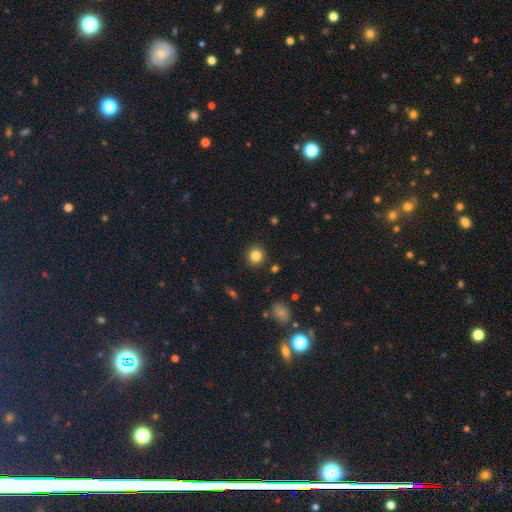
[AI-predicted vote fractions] The model was most divided on "smooth or featured": smooth: 84%, star or artifact: 11%, featured or disk: 5%. More confident: how rounded — round (90%); merging — none (89%).